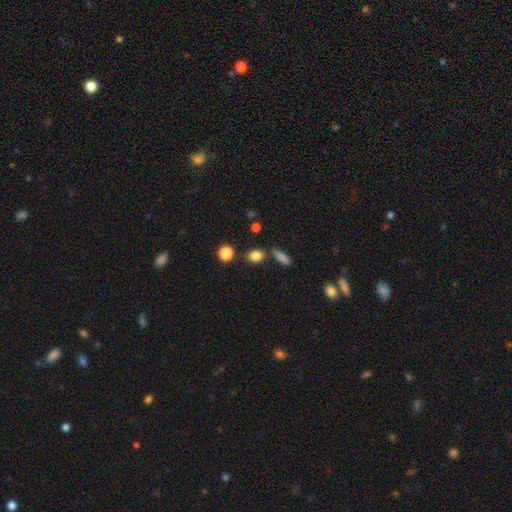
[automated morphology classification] Smooth or featured? Predicted: smooth (p=0.84). How rounded? Predicted: in between (p=0.63). Merging? Predicted: none (p=0.74).